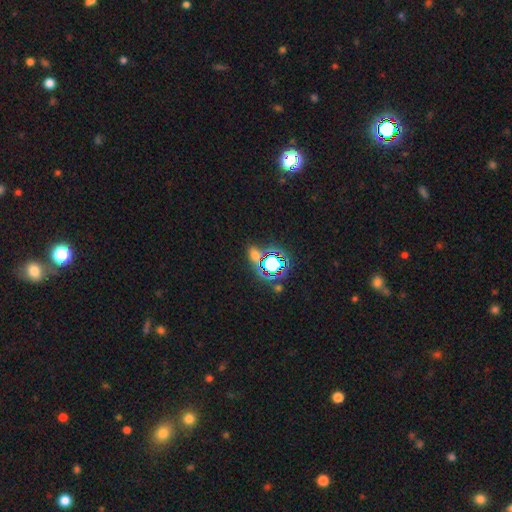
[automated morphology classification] Smooth or featured?
  - star or artifact: 53% *
  - smooth: 37%
  - featured or disk: 10%